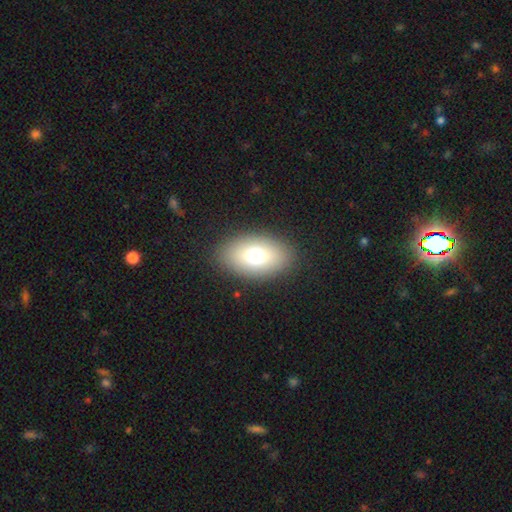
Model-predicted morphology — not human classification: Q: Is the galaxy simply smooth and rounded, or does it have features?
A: smooth — 73%.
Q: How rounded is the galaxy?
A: in between — 87%.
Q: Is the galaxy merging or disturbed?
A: none — 87%.